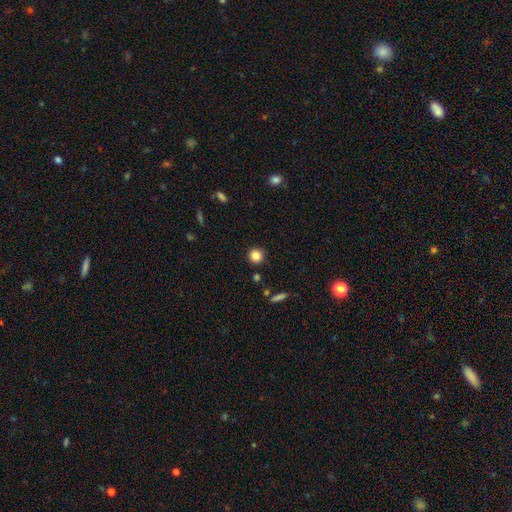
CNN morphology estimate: A smooth galaxy with no disk features (84%) that is round (94%).

Vote fractions:
- Smooth or featured? smooth: 84% / star or artifact: 11% / featured or disk: 6%
- How rounded? round: 94% / in between: 5% / cigar-shaped: 1%
- Merging? none: 91% / minor disturbance: 5% / major disturbance: 2% / merger: 2%